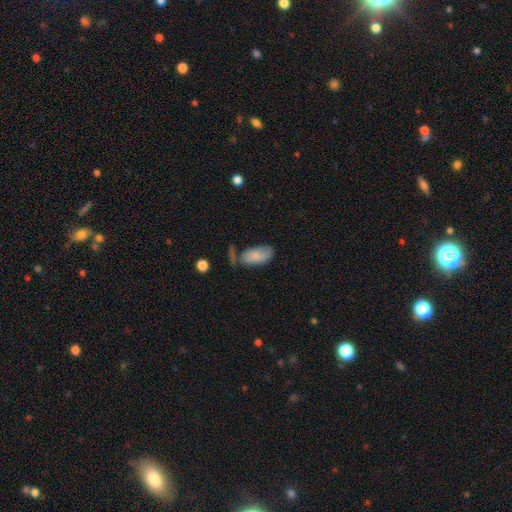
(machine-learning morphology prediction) smooth 82%, featured or disk 11%, star or artifact 7%. Down the decision tree: how rounded — in between (93%); merging — none (48%).